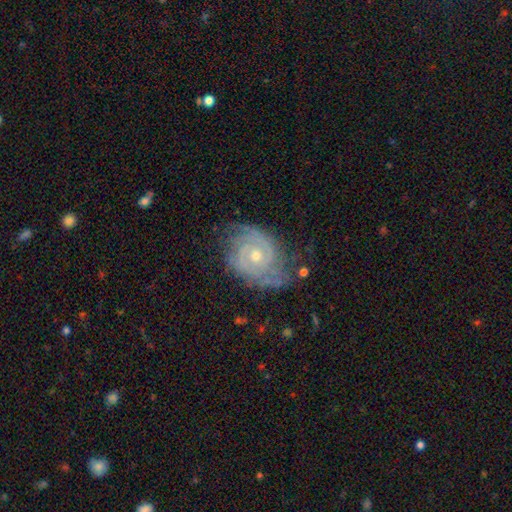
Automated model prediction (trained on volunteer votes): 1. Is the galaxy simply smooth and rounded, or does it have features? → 88% featured or disk, 6% smooth, 6% star or artifact.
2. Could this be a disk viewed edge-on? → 97% no, 3% yes.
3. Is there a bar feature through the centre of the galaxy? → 73% no, 23% weak, 5% strong.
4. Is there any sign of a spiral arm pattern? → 97% yes, 3% no.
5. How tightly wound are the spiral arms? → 71% tight, 24% medium, 5% loose.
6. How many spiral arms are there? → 56% 2, 17% can't tell, 15% 3, 4% 4, 4% 1, 4% more than 4.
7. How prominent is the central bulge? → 53% moderate, 43% small, 1% large, 1% none, 1% dominant.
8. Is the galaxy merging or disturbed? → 68% none, 22% minor disturbance, 8% major disturbance, 2% merger.